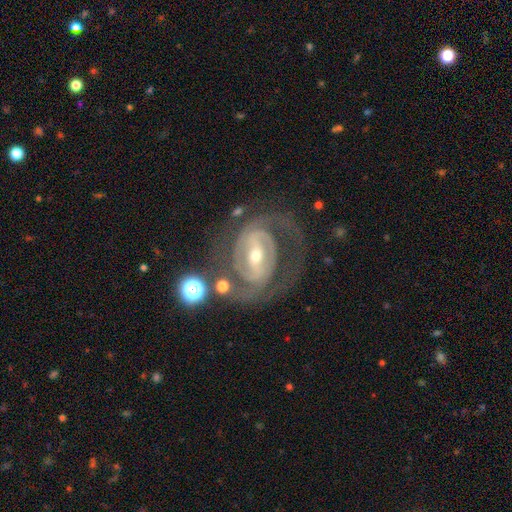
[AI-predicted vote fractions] smooth-or-featured: featured or disk: 90% | star or artifact: 5% | smooth: 5%
  disk-edge-on: no: 97% | yes: 3%
    bar: strong: 55% | weak: 33% | no: 12%
    has-spiral-arms: yes: 95% | no: 5%
      spiral-winding: tight: 53% | medium: 38% | loose: 9%
      spiral-arm-count: 2: 71% | 3: 10% | can't tell: 10% | 1: 4% | 4: 3% | more than 4: 2%
    bulge-size: small: 53% | moderate: 44% | large: 2% | none: 1% | dominant: 1%
  merging: none: 64% | major disturbance: 16% | minor disturbance: 16% | merger: 4%